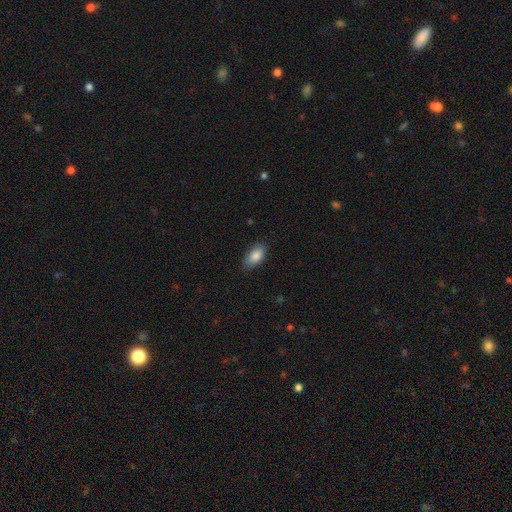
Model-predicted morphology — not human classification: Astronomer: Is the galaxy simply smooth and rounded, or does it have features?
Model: smooth — 85%.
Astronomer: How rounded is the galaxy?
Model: in between — 92%.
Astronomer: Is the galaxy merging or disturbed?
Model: none — 79%.